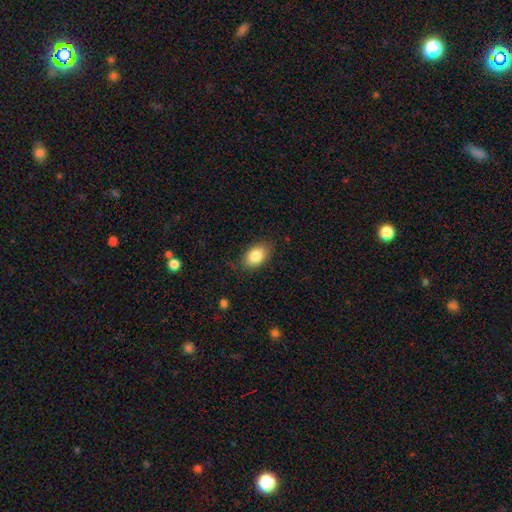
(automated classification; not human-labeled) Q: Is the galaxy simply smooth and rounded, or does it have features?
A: smooth — 85%.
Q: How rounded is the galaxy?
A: in between — 87%.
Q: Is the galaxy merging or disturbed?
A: none — 79%.